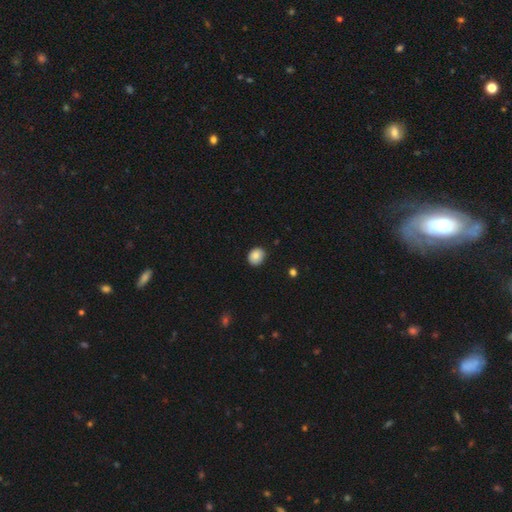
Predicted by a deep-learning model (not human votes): smooth 86%, star or artifact 8%, featured or disk 6%. Down the decision tree: how rounded — round (63%); merging — none (85%).